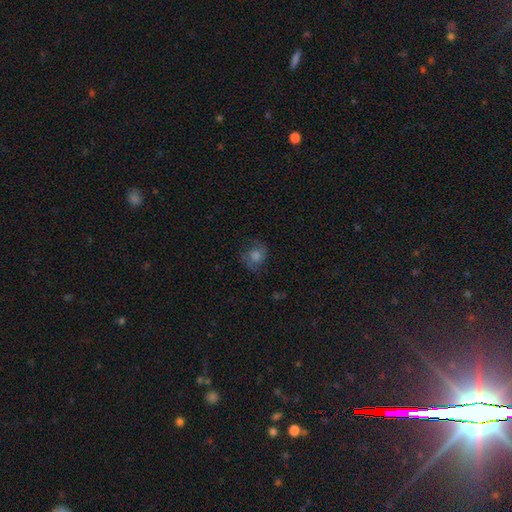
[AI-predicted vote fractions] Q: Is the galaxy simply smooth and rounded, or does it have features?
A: smooth — 44%.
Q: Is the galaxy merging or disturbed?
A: none — 71%.